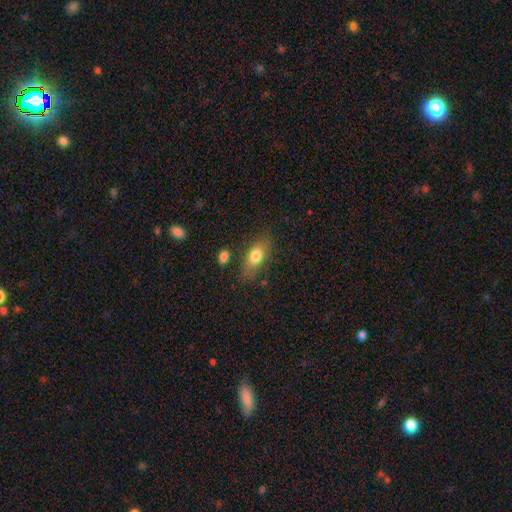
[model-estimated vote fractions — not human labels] Q: Smooth or featured?
A: smooth (76%); runner-up: featured or disk (16%)
Q: How rounded?
A: in between (79%); runner-up: cigar-shaped (12%)
Q: Merging?
A: none (73%); runner-up: minor disturbance (18%)